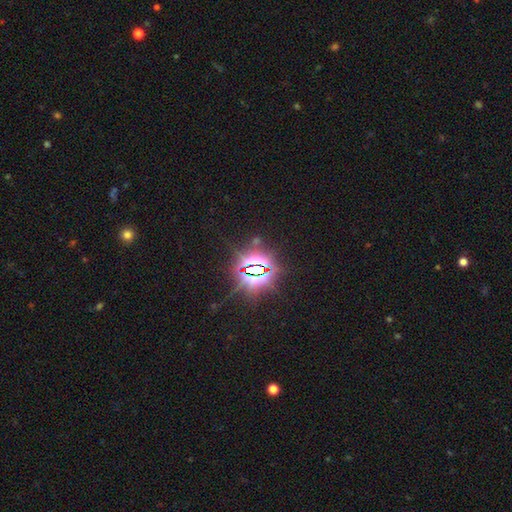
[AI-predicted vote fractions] Q: Smooth or featured?
A: star or artifact (84%); runner-up: smooth (9%)